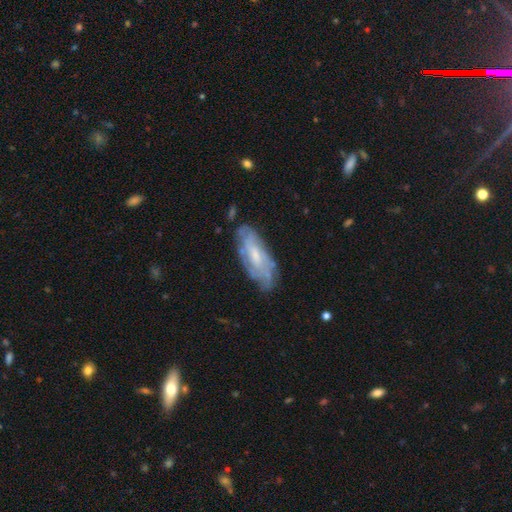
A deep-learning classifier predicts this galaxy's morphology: This appears to be a featured or disk galaxy (63%) with no bar (59%), spiral arms (75%) and a small central bulge (48%). Merging: none (72%).